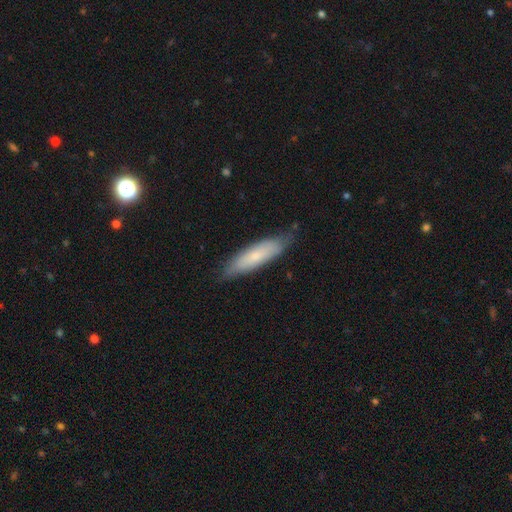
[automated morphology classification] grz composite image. It shows a smooth galaxy with no disk features (65%) that is cigar-shaped (71%). Merging: none (76%).